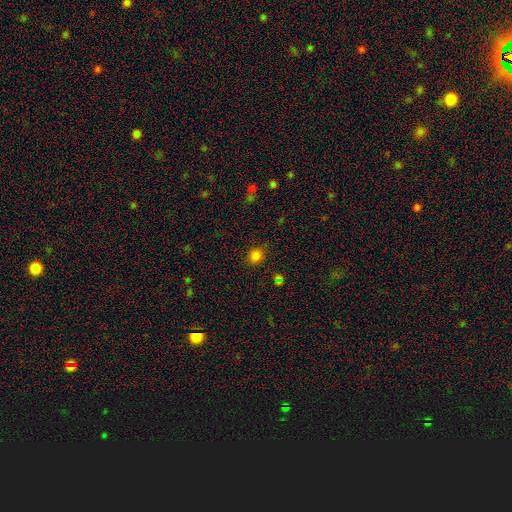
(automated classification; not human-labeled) Overall: smooth (81%). How rounded: round (76%). Merging: none (86%).